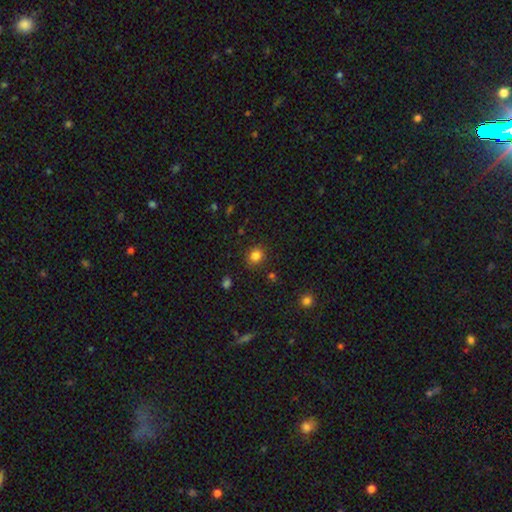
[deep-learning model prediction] Smooth or featured? smooth (83%)
How rounded? round (71%)
Merging? none (86%)